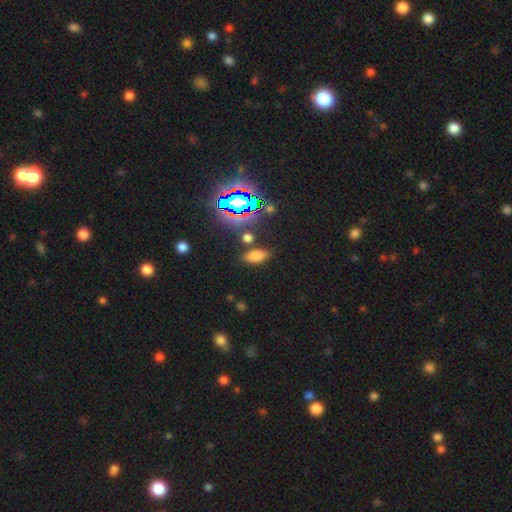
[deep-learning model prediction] smooth-or-featured: smooth: 69% | star or artifact: 23% | featured or disk: 8%
  how-rounded: in between: 88% | cigar-shaped: 7% | round: 6%
  merging: none: 84% | minor disturbance: 9% | merger: 4% | major disturbance: 3%